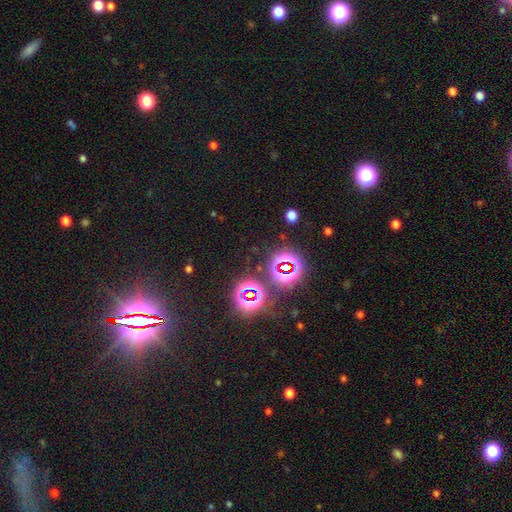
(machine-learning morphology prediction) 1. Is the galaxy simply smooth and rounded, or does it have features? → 82% star or artifact, 10% smooth, 7% featured or disk.